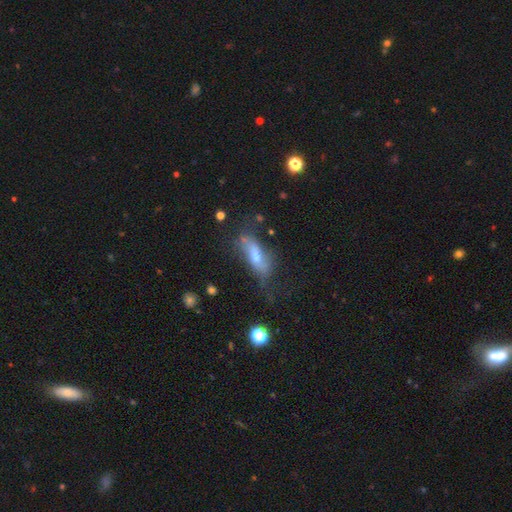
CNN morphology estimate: This appears to be a smooth galaxy with no disk features (47%). Merging: none (45%).